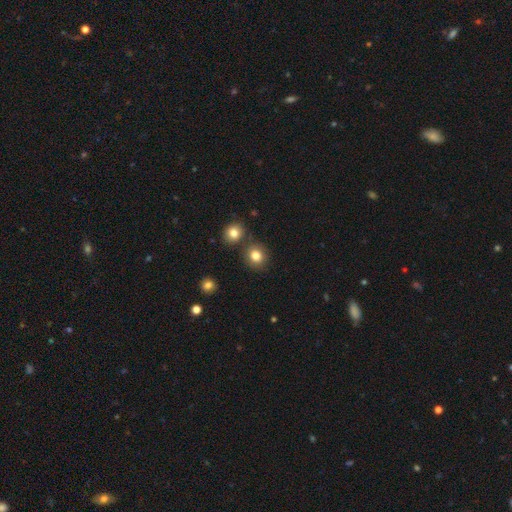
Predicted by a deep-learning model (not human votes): Overall: smooth (83%). How rounded: round (85%). Merging: none (79%).